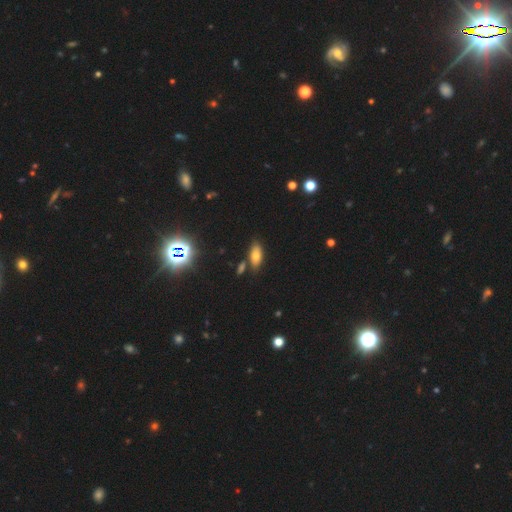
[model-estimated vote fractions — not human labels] This appears to be a smooth galaxy with no disk features (69%) that is in between round and cigar-shaped (85%). Merging: none (75%).